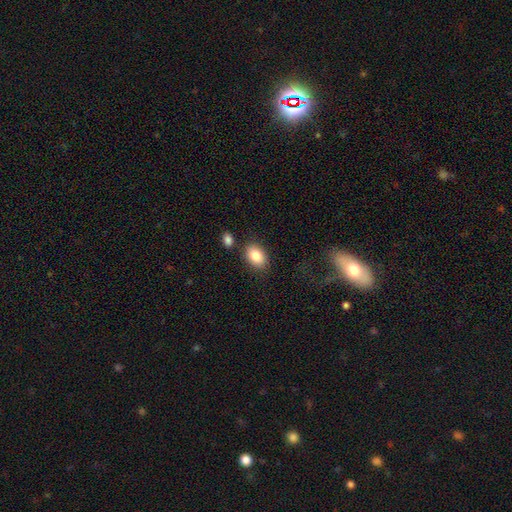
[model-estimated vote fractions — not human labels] This is clearly a smooth galaxy (84%). How rounded: clearly in between (84%). Merging: likely none (80%).